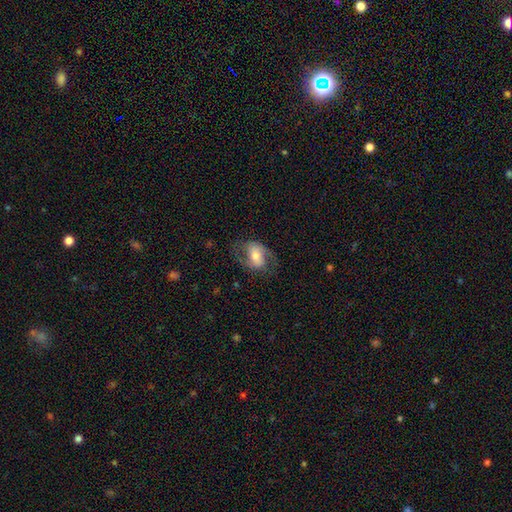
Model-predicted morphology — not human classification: Overall: featured or disk (58%; smooth 34%). Edge-on disk: no (95%). Bar: weak (37%, tied with no). Spiral arms: yes (81%). Bulge size: moderate (59%; small 26%). Merging: none (65%).